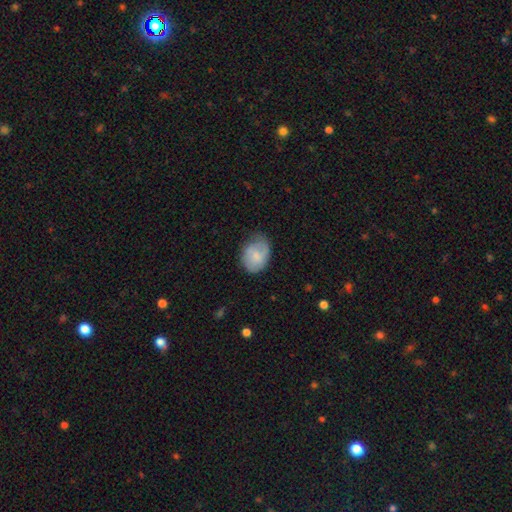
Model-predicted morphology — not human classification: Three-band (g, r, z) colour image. It shows a smooth galaxy with no disk features (71%) that is in between round and cigar-shaped (68%). Merging: none (54%).